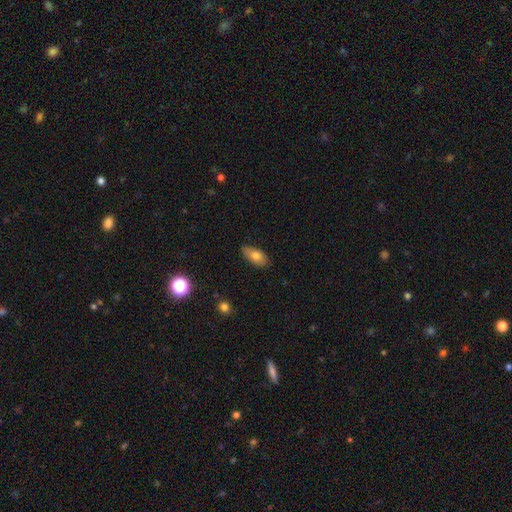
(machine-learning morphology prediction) This appears to be a smooth galaxy with no disk features (74%) that is in between round and cigar-shaped (88%). Merging: none (81%).